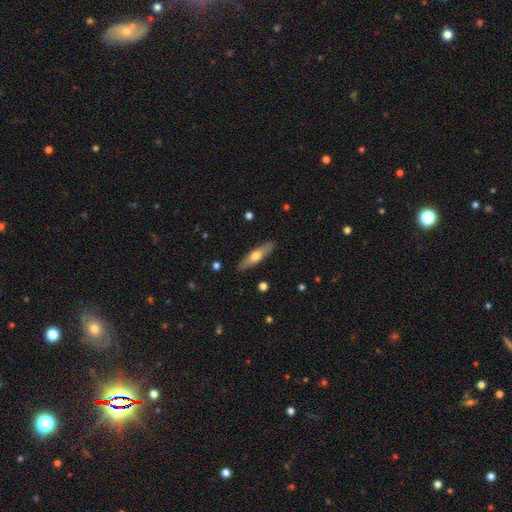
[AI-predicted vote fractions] A smooth galaxy with no disk features (50%) that is cigar-shaped (74%).

Vote fractions:
- Smooth or featured? smooth: 50% / featured or disk: 44% / star or artifact: 6%
- How rounded? cigar-shaped: 74% / in between: 24% / round: 2%
- Merging? none: 89% / minor disturbance: 8% / major disturbance: 2% / merger: 1%